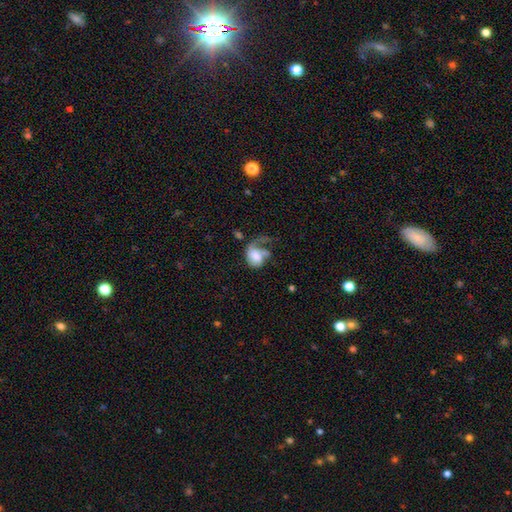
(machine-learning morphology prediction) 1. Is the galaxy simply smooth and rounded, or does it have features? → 48% smooth, 44% featured or disk, 8% star or artifact.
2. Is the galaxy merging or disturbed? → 54% major disturbance, 19% none, 16% minor disturbance, 11% merger.